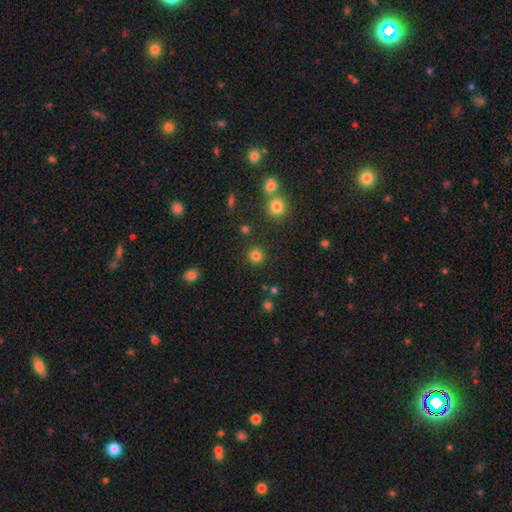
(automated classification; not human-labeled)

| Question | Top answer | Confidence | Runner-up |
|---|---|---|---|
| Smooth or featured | smooth | 82% | star or artifact (13%) |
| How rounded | round | 92% | in between (7%) |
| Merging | none | 89% | minor disturbance (6%) |